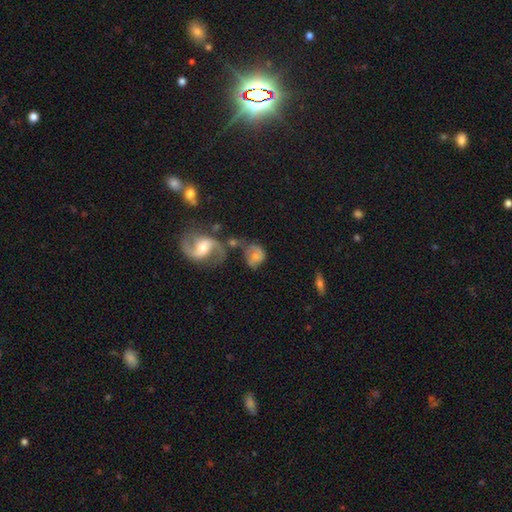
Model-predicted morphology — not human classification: Smooth or featured?
  - featured or disk: 55% *
  - smooth: 36%
  - star or artifact: 9%
Edge-on disk?
  - no: 97% *
  - yes: 3%
Bar?
  - no: 56% *
  - weak: 34%
  - strong: 9%
Spiral arms?
  - yes: 83% *
  - no: 17%
Bulge size?
  - moderate: 50% *
  - small: 40%
  - none: 5%
  - large: 4%
  - dominant: 1%
Merging?
  - none: 38% *
  - merger: 29%
  - minor disturbance: 18%
  - major disturbance: 15%